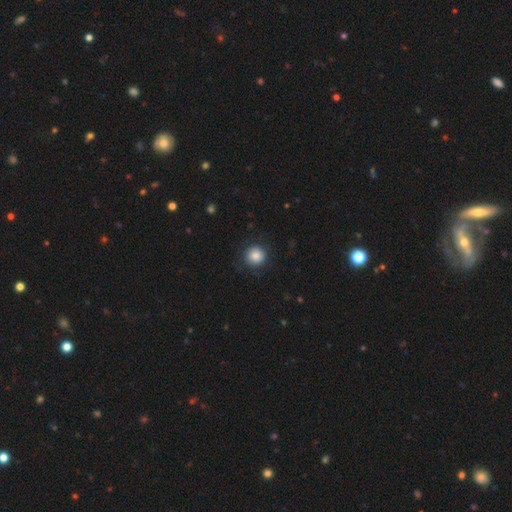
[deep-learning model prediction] A smooth galaxy with no disk features (84%) that is round (93%).

Vote fractions:
- Smooth or featured? smooth: 84% / star or artifact: 9% / featured or disk: 8%
- How rounded? round: 93% / in between: 6% / cigar-shaped: 1%
- Merging? none: 84% / minor disturbance: 11% / major disturbance: 4% / merger: 1%